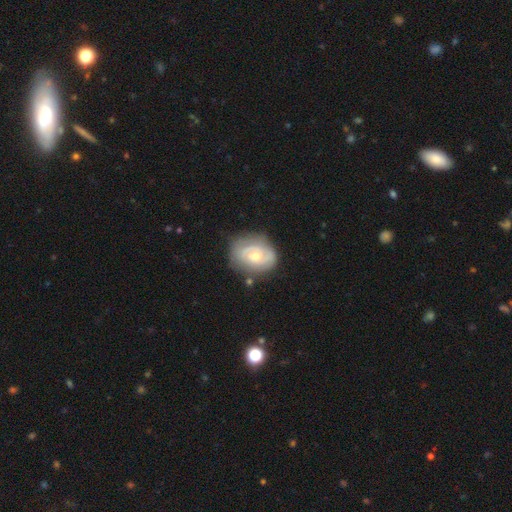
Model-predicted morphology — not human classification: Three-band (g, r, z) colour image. It shows a featured or disk galaxy (74%) with no bar (61%), 2 (53%) tight (57%) spiral arms (82%) and a moderate central bulge (65%). Merging: none (69%).